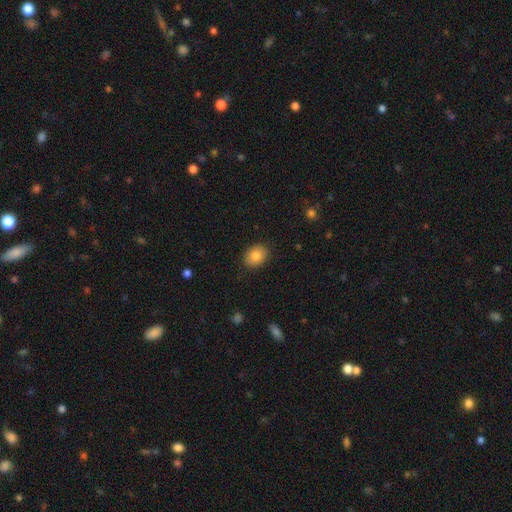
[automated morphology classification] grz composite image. It shows a smooth galaxy with no disk features (83%) that is in between round and cigar-shaped (65%). Merging: none (88%).